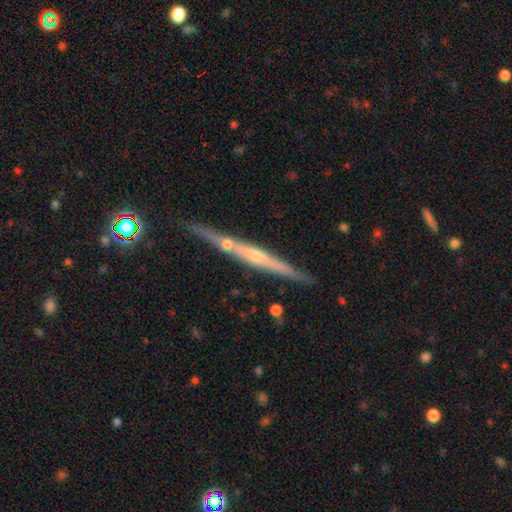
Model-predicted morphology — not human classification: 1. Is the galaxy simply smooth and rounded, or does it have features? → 71% featured or disk, 22% smooth, 7% star or artifact.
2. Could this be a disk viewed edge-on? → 97% yes, 3% no.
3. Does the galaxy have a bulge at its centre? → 46% none, 43% rounded, 11% boxy.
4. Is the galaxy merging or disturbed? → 78% none, 12% minor disturbance, 8% merger, 2% major disturbance.